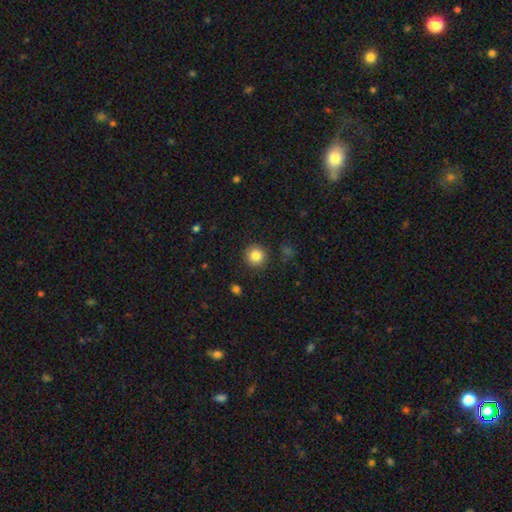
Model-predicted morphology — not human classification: smooth_or_featured: smooth (p=0.84) [alt: star or artifact p=0.10]
how_rounded: round (p=0.93) [alt: in between p=0.06]
merging: none (p=0.90) [alt: minor disturbance p=0.06]